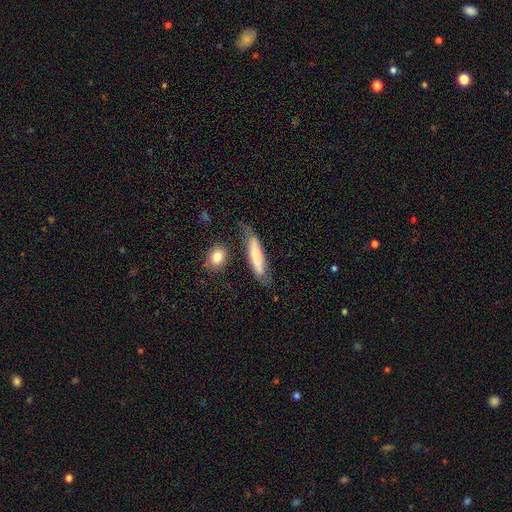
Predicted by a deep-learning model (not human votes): Smooth or featured? Predicted: smooth (p=0.61). How rounded? Predicted: cigar-shaped (p=0.83). Merging? Predicted: none (p=0.64).